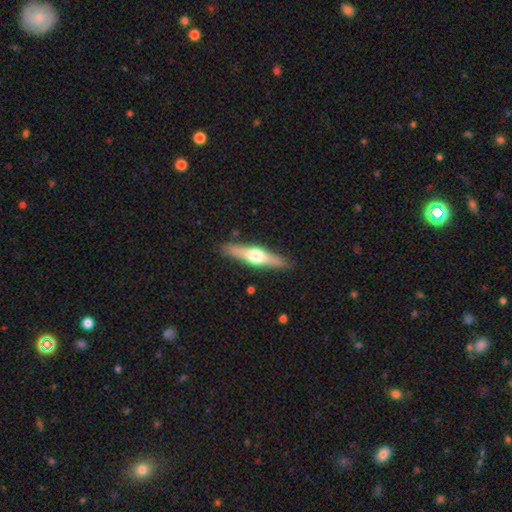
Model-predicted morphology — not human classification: Overall: featured or disk (59%; smooth 36%). Edge-on disk: yes (95%). Edge-on bulge: rounded (94%). Merging: none (89%).